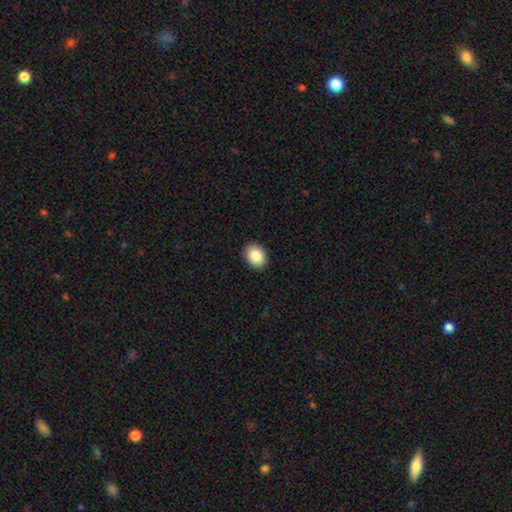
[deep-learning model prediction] This appears to be a smooth galaxy with no disk features (85%) that is in between round and cigar-shaped (58%). Merging: none (90%).